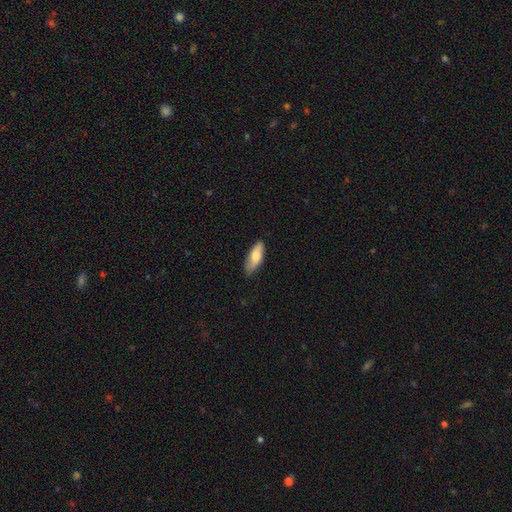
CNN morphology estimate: A smooth galaxy with no disk features (73%) that is in between round and cigar-shaped (68%). Merging: none (79%).